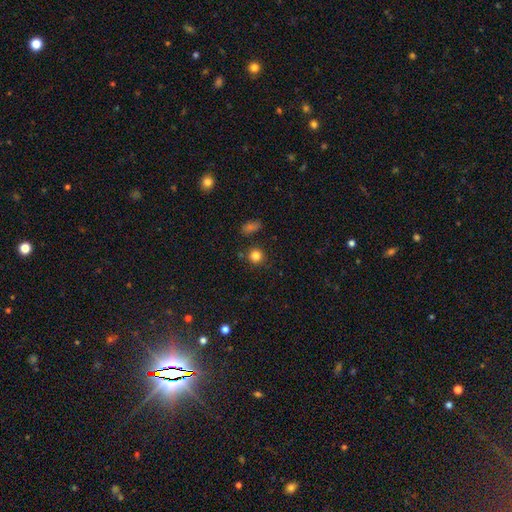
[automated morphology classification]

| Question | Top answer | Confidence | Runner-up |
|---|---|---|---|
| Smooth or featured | smooth | 83% | star or artifact (12%) |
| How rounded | round | 90% | in between (9%) |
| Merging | none | 83% | minor disturbance (9%) |